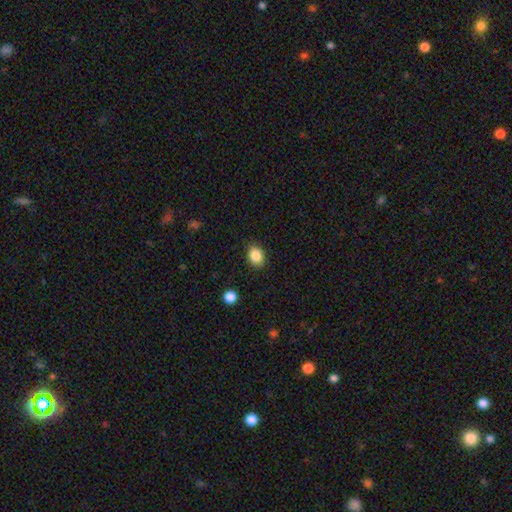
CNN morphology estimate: type=smooth (86%); roundness=in between (67%); merging=none (87%).